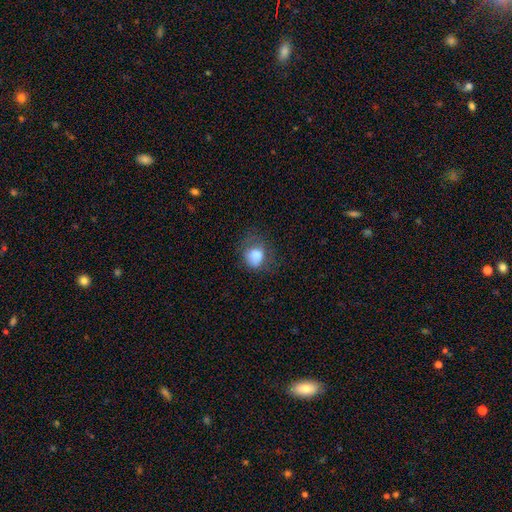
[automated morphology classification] type=smooth (80%); roundness=round (61%); merging=none (45%).